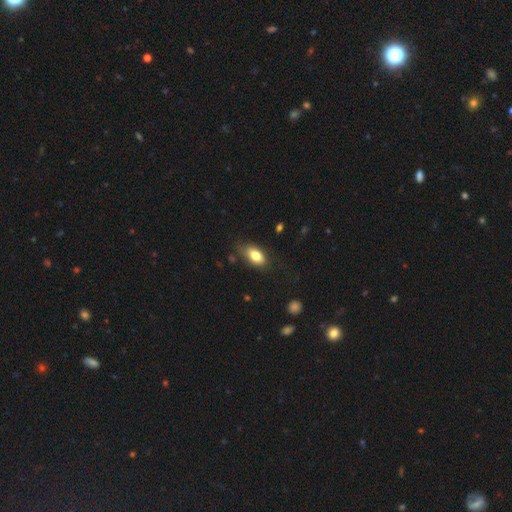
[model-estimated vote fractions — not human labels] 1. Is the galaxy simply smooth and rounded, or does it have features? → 81% smooth, 11% featured or disk, 7% star or artifact.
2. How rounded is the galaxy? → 90% in between, 6% round, 4% cigar-shaped.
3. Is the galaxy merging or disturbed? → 69% none, 23% minor disturbance, 6% major disturbance, 2% merger.